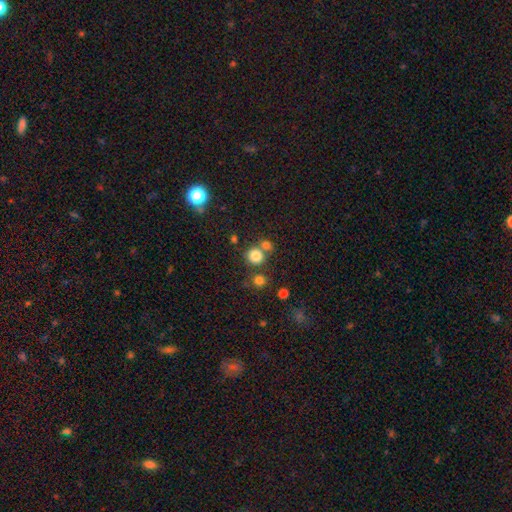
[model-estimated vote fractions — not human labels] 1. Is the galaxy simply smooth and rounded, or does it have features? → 81% smooth, 13% star or artifact, 6% featured or disk.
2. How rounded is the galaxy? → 88% round, 11% in between, 1% cigar-shaped.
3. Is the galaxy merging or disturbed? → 63% none, 24% merger, 9% minor disturbance, 4% major disturbance.